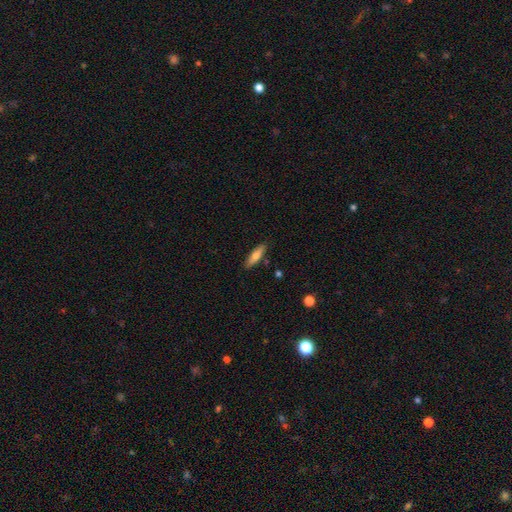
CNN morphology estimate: Overall: smooth (69%). How rounded: cigar-shaped (62%; in between 36%). Merging: none (86%).